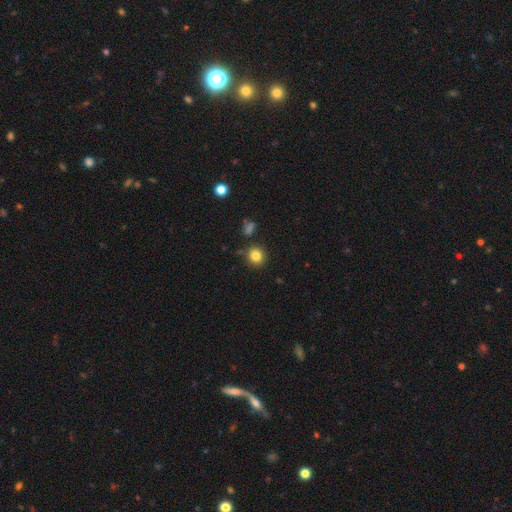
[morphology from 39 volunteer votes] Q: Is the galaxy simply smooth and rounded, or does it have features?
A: smooth — 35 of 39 (90%).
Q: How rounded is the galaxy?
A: round — 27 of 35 (77%).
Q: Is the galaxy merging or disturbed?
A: none — 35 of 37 (95%).